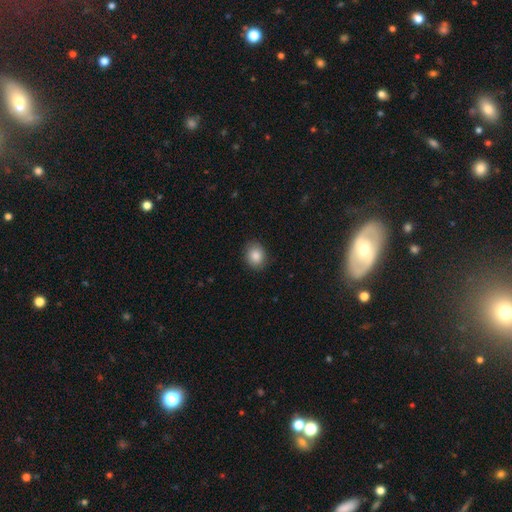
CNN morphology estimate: type=smooth (87%); roundness=round (57%); merging=none (86%).